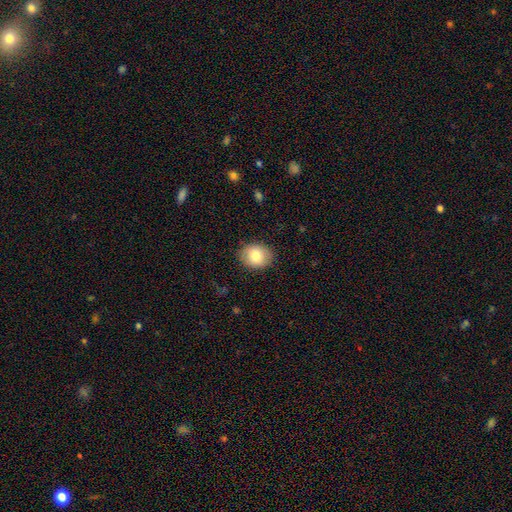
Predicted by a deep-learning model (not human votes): Morphology: type=smooth (81%); roundness=in between (50%); merging=none (86%).